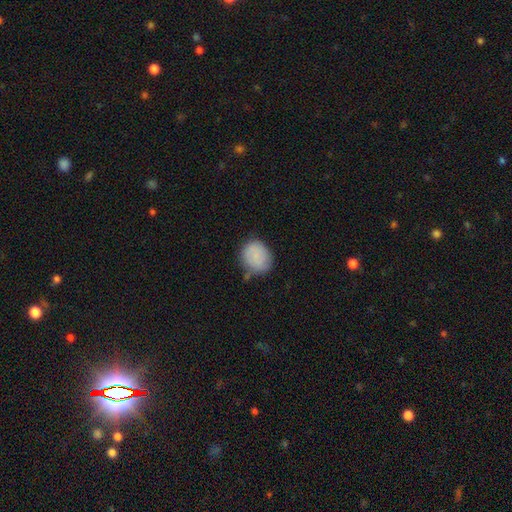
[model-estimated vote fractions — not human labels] smooth_or_featured: smooth (p=0.82) [alt: featured or disk p=0.11]
how_rounded: round (p=0.65) [alt: in between p=0.34]
merging: none (p=0.66) [alt: minor disturbance p=0.23]